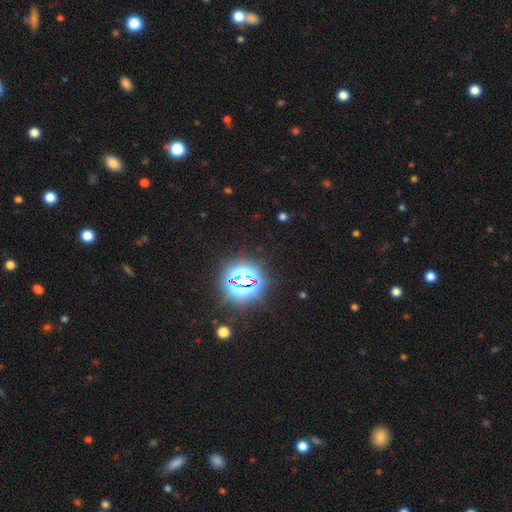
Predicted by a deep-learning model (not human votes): Smooth or featured? Predicted: star or artifact (p=0.82).